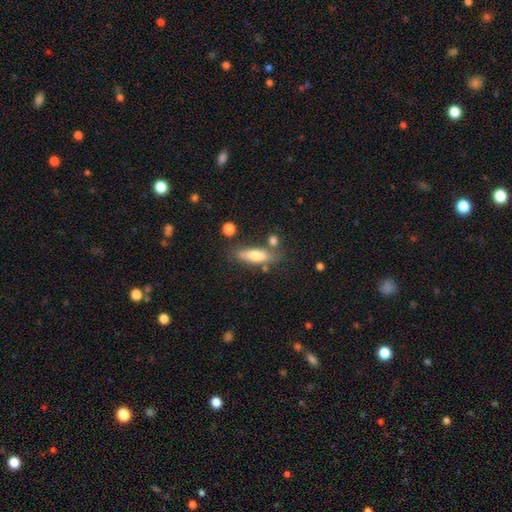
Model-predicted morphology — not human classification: smooth 67%, featured or disk 26%, star or artifact 7%. Down the decision tree: how rounded — in between (50%); merging — none (67%).